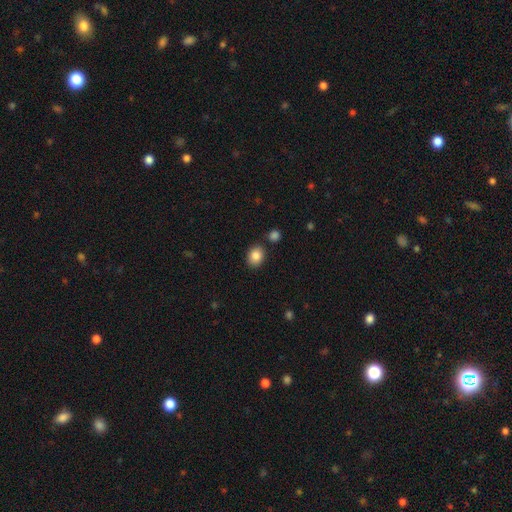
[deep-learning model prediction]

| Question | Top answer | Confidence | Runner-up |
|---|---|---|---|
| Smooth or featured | smooth | 86% | star or artifact (8%) |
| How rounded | in between | 54% | round (45%) |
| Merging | none | 83% | minor disturbance (10%) |